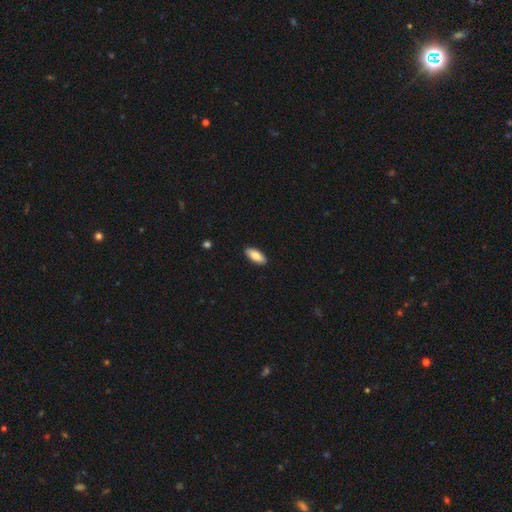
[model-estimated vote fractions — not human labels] Smooth or featured? smooth (83%)
How rounded? in between (84%)
Merging? none (91%)